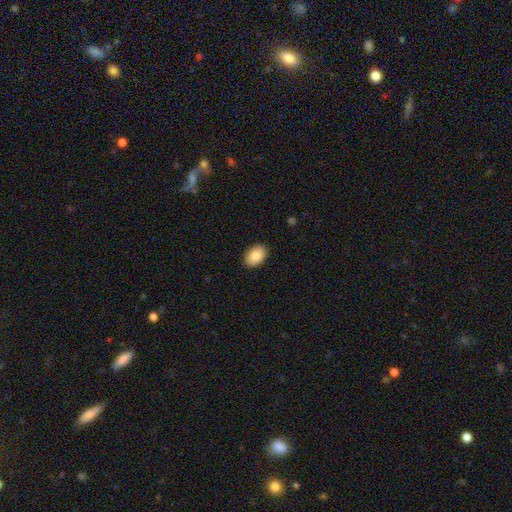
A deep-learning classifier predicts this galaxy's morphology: smooth_or_featured: smooth (p=0.88) [alt: star or artifact p=0.07]
how_rounded: in between (p=0.86) [alt: round p=0.13]
merging: none (p=0.89) [alt: minor disturbance p=0.08]